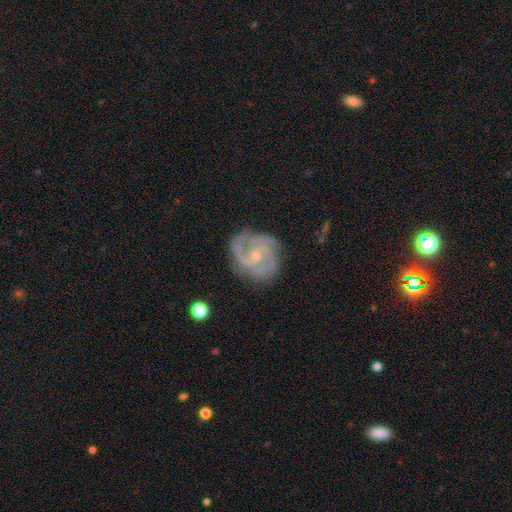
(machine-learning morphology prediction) smooth_or_featured: featured or disk (p=0.90) [alt: smooth p=0.06]
disk_edge_on: no (p=0.98) [alt: yes p=0.02]
bar: no (p=0.51) [alt: weak p=0.41]
has_spiral_arms: yes (p=0.98) [alt: no p=0.02]
spiral_winding: medium (p=0.48) [alt: tight p=0.43]
spiral_arm_count: 2 (p=0.42) [alt: 3 p=0.36]
bulge_size: small (p=0.66) [alt: moderate p=0.28]
merging: none (p=0.73) [alt: minor disturbance p=0.18]